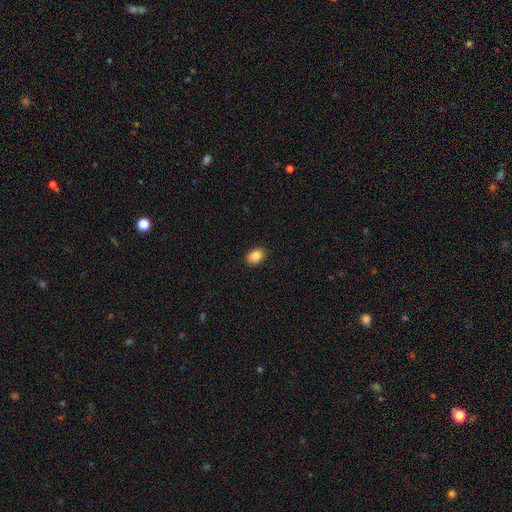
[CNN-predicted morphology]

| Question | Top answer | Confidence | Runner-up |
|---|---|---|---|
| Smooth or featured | smooth | 87% | star or artifact (9%) |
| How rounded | in between | 75% | round (24%) |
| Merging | none | 88% | minor disturbance (9%) |